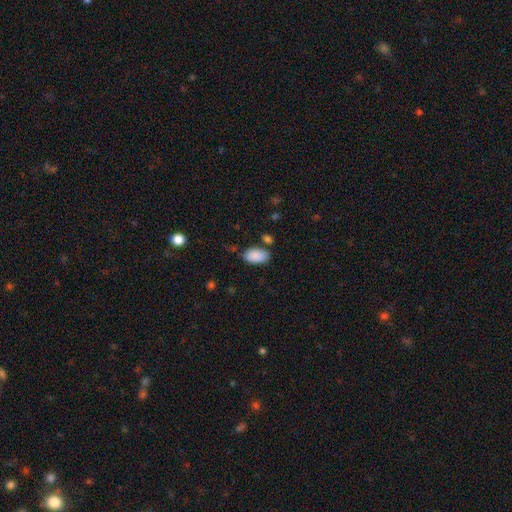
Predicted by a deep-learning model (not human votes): Smooth or featured: smooth — 89% (star or artifact — 7%)
How rounded: in between — 95% (round — 4%)
Merging: none — 73% (minor disturbance — 16%)